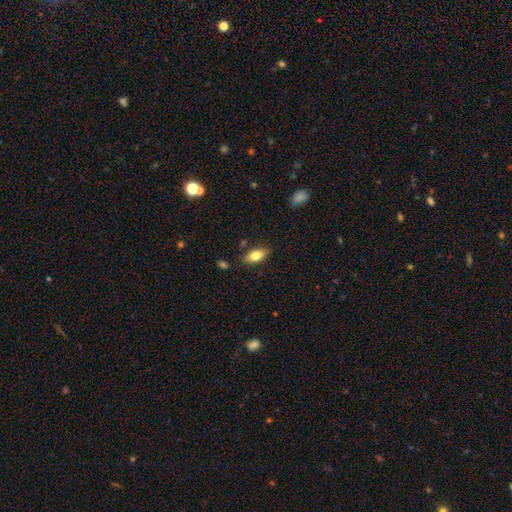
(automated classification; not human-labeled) Overall: smooth (75%). How rounded: in between (84%). Merging: none (83%).